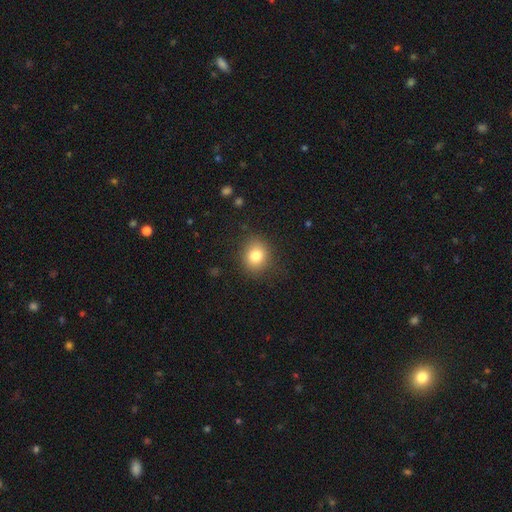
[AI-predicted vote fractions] A smooth galaxy with no disk features (82%) that is round (71%).

Vote fractions:
- Smooth or featured? smooth: 82% / star or artifact: 10% / featured or disk: 8%
- How rounded? round: 71% / in between: 28% / cigar-shaped: 1%
- Merging? none: 85% / minor disturbance: 11% / major disturbance: 4% / merger: 1%